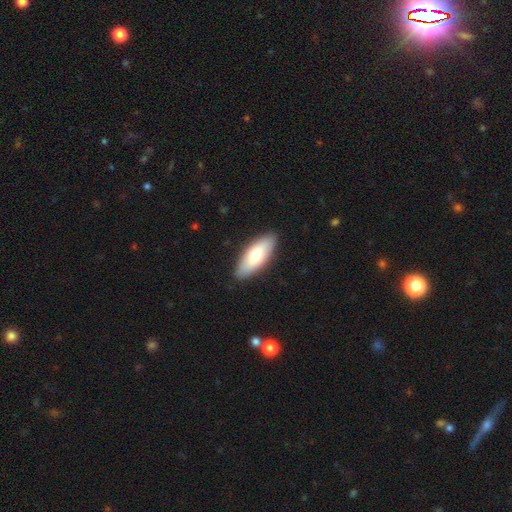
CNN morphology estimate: The model was most divided on "smooth or featured": smooth: 72%, featured or disk: 23%, star or artifact: 5%. More confident: merging — none (89%); how rounded — in between (75%).